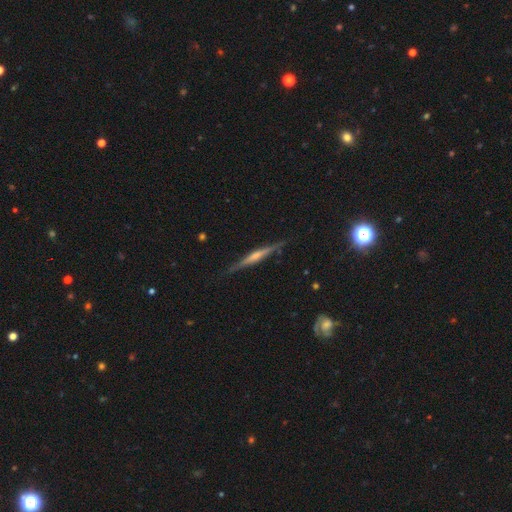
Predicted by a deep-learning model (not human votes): Morphology: type=featured or disk (72%); edge-on=yes (97%); edge-on bulge=rounded (54%); merging=none (86%).